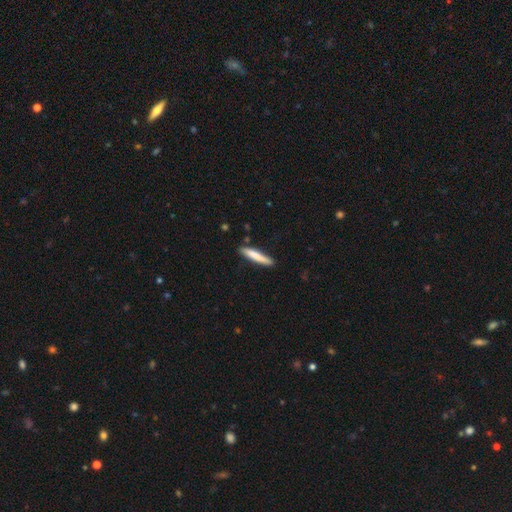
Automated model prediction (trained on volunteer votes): A smooth galaxy with no disk features (77%) that is cigar-shaped (92%).

Vote fractions:
- Smooth or featured? smooth: 77% / featured or disk: 18% / star or artifact: 5%
- How rounded? cigar-shaped: 92% / in between: 7% / round: 1%
- Merging? none: 82% / minor disturbance: 13% / merger: 2% / major disturbance: 2%